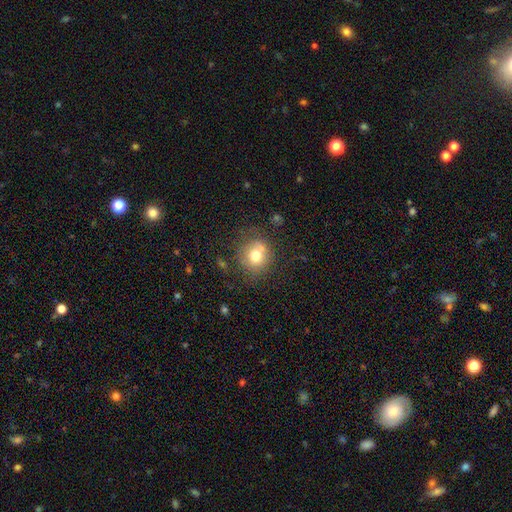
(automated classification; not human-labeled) A smooth galaxy with no disk features (72%) that is round (87%).

Vote fractions:
- Smooth or featured? smooth: 72% / featured or disk: 15% / star or artifact: 13%
- How rounded? round: 87% / in between: 12% / cigar-shaped: 1%
- Merging? none: 70% / minor disturbance: 16% / merger: 8% / major disturbance: 6%